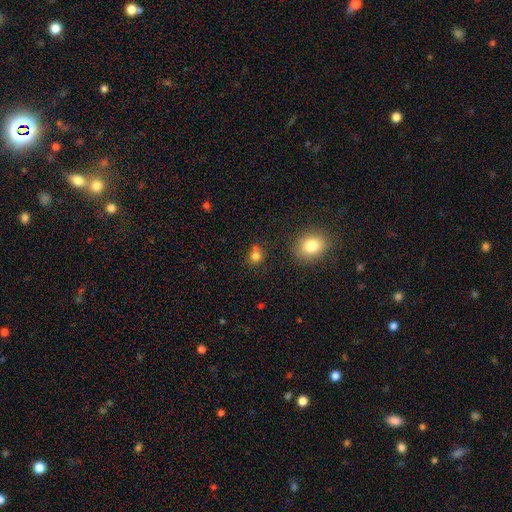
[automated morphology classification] Q: Smooth or featured?
A: smooth (79%); runner-up: star or artifact (13%)
Q: How rounded?
A: round (78%); runner-up: in between (21%)
Q: Merging?
A: none (62%); runner-up: merger (22%)